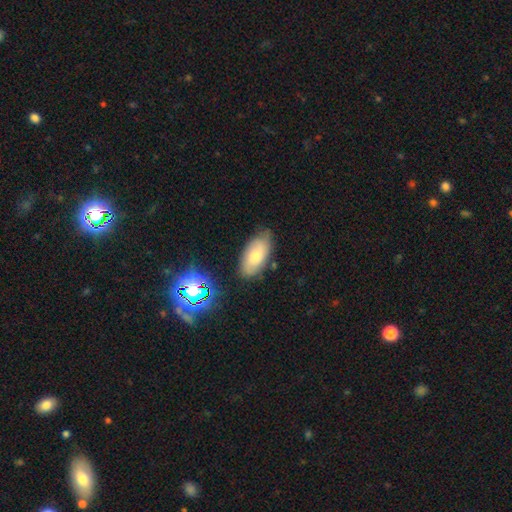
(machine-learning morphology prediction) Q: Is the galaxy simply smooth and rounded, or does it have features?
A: smooth — 63%.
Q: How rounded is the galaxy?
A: in between — 91%.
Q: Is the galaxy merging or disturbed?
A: none — 73%.